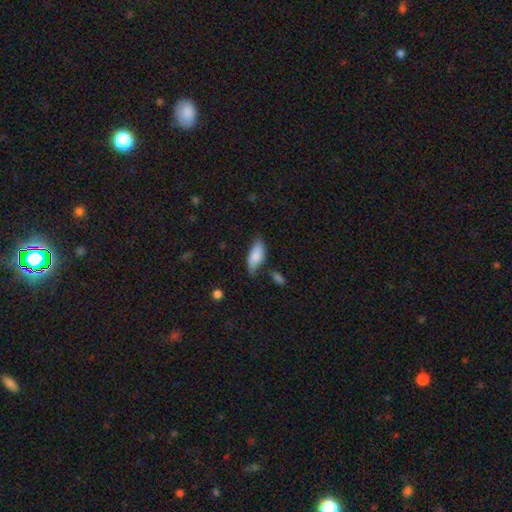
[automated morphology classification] smooth 81%, featured or disk 13%, star or artifact 6%. Down the decision tree: how rounded — in between (85%); merging — none (59%).